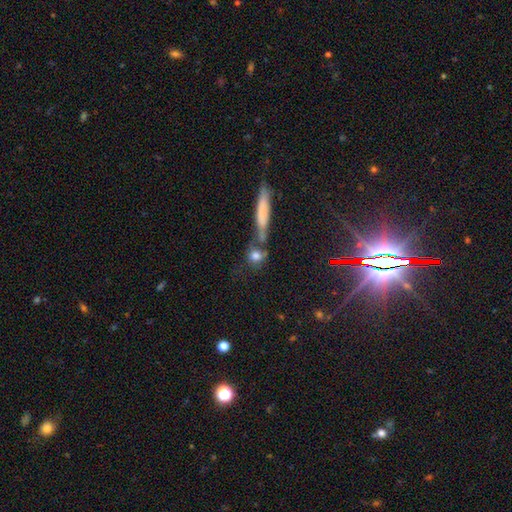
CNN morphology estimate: smooth-or-featured: smooth: 72% | featured or disk: 16% | star or artifact: 12%
  how-rounded: round: 60% | in between: 23% | cigar-shaped: 17%
  merging: none: 55% | merger: 26% | minor disturbance: 12% | major disturbance: 7%